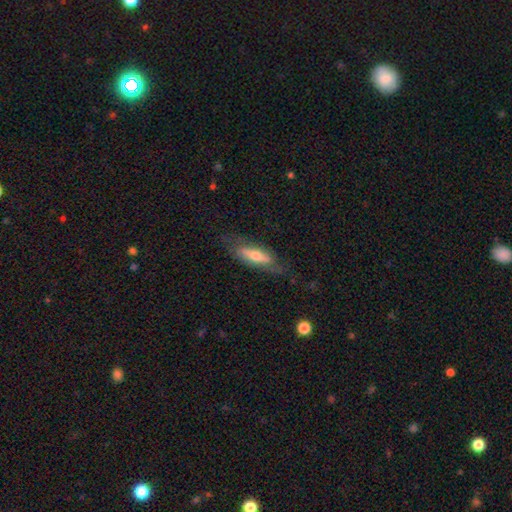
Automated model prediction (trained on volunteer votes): The model was most divided on "smooth or featured": smooth: 49%, featured or disk: 45%, star or artifact: 6%. More confident: merging — none (68%).